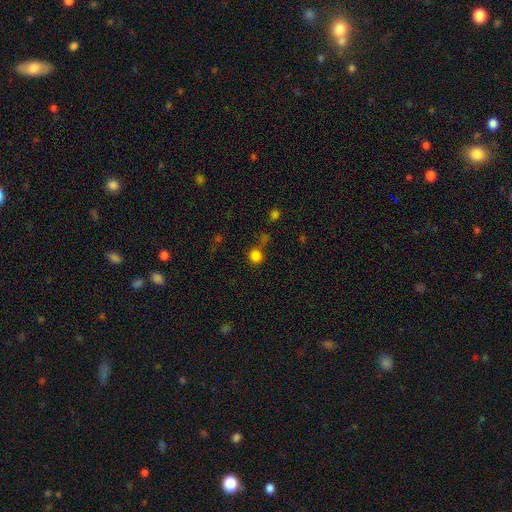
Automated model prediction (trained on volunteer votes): Q: Smooth or featured?
A: smooth (79%); runner-up: star or artifact (16%)
Q: How rounded?
A: round (92%); runner-up: in between (7%)
Q: Merging?
A: none (65%); runner-up: merger (19%)